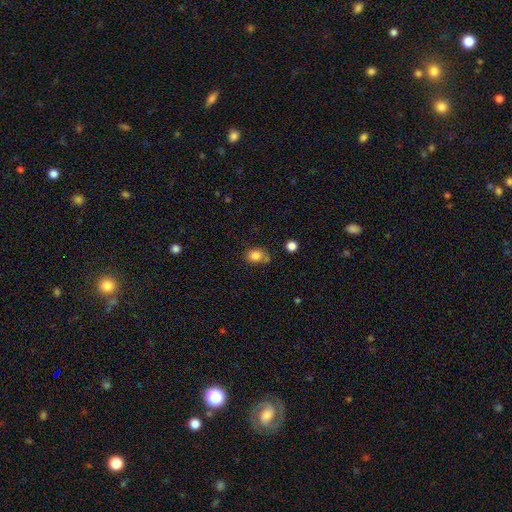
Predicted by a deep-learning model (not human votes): A smooth galaxy with no disk features (83%) that is round (59%).

Vote fractions:
- Smooth or featured? smooth: 83% / star or artifact: 11% / featured or disk: 7%
- How rounded? round: 59% / in between: 40% / cigar-shaped: 1%
- Merging? none: 60% / minor disturbance: 20% / merger: 15% / major disturbance: 6%